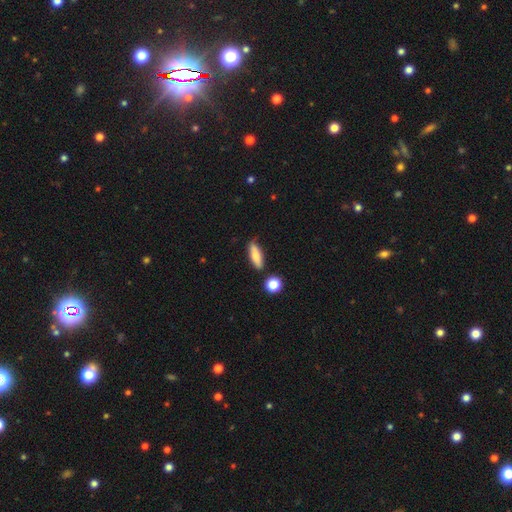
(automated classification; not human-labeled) Smooth or featured: smooth — 76% (featured or disk — 17%)
How rounded: in between — 49% (cigar-shaped — 47%)
Merging: none — 79% (minor disturbance — 14%)